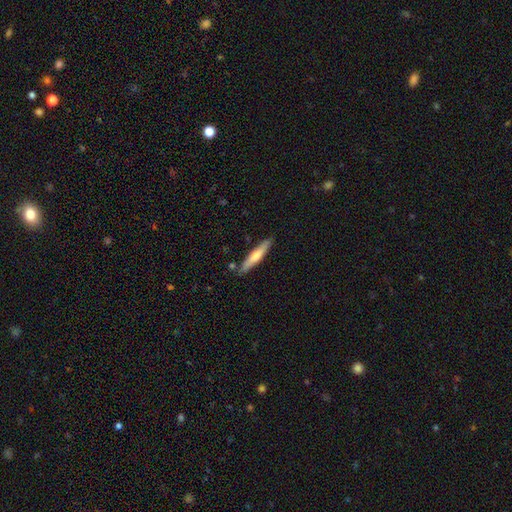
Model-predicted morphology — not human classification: Q: Smooth or featured?
A: smooth (57%); runner-up: featured or disk (38%)
Q: How rounded?
A: cigar-shaped (90%); runner-up: in between (9%)
Q: Merging?
A: none (86%); runner-up: minor disturbance (10%)